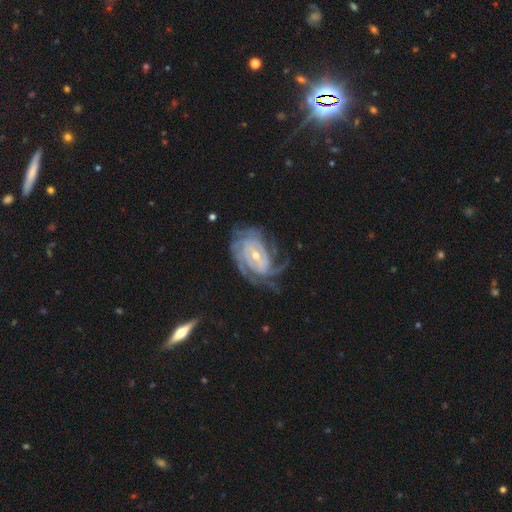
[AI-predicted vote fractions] This appears to be a featured or disk galaxy (90%) with no bar (49%), can't tell (25%, tied with 3) tight (68%) spiral arms (97%) and a small central bulge (59%). Merging: none (62%).